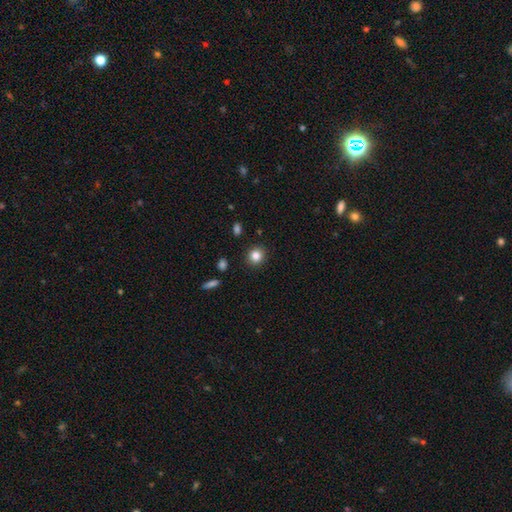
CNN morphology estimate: A smooth galaxy with no disk features (84%) that is round (86%).

Vote fractions:
- Smooth or featured? smooth: 84% / star or artifact: 10% / featured or disk: 6%
- How rounded? round: 86% / in between: 13% / cigar-shaped: 1%
- Merging? none: 90% / minor disturbance: 6% / major disturbance: 2% / merger: 2%